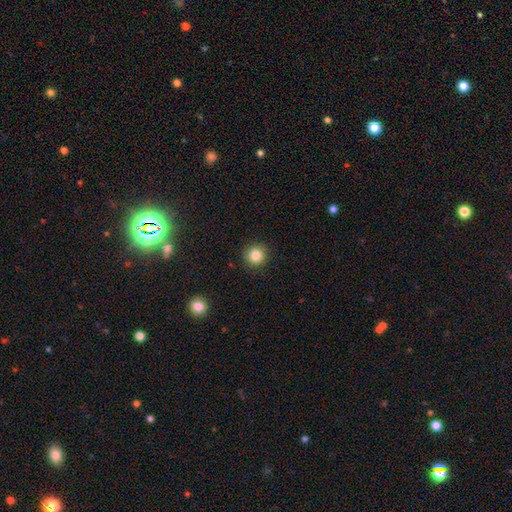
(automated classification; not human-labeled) The model was most divided on "smooth or featured": smooth: 84%, star or artifact: 11%, featured or disk: 5%. More confident: how rounded — round (94%); merging — none (91%).